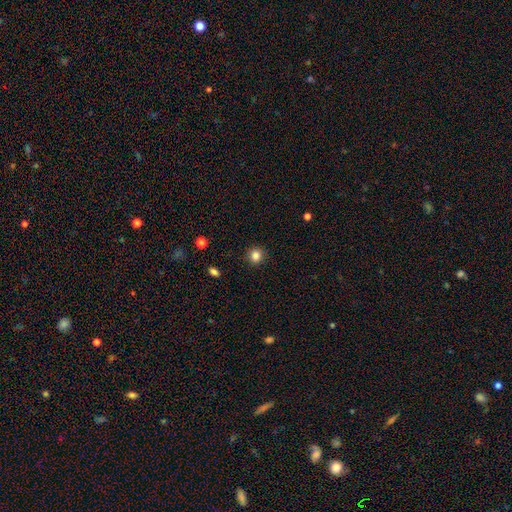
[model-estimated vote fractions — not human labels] smooth_or_featured: smooth (p=0.84) [alt: star or artifact p=0.12]
how_rounded: round (p=0.91) [alt: in between p=0.08]
merging: none (p=0.91) [alt: minor disturbance p=0.06]